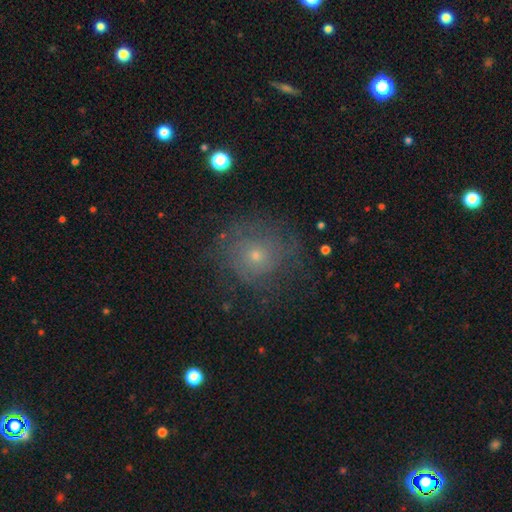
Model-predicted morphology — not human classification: A featured or disk galaxy (44%). Merging: none (68%).